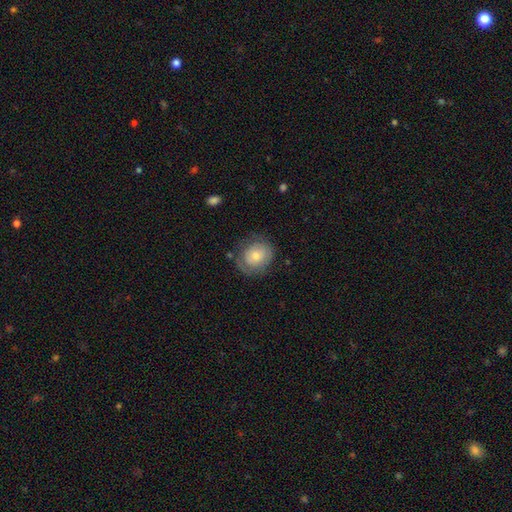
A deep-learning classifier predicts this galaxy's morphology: smooth 63%, featured or disk 30%, star or artifact 7%. Down the decision tree: how rounded — round (69%); merging — none (66%).